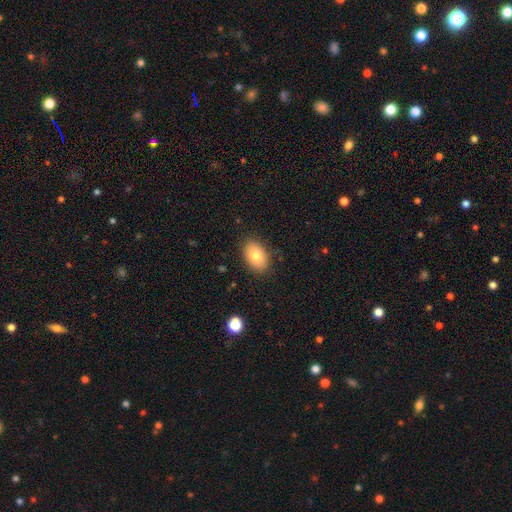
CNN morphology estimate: A smooth galaxy with no disk features (81%) that is in between round and cigar-shaped (89%).

Vote fractions:
- Smooth or featured? smooth: 81% / featured or disk: 11% / star or artifact: 8%
- How rounded? in between: 89% / round: 10% / cigar-shaped: 1%
- Merging? none: 86% / minor disturbance: 11% / major disturbance: 3% / merger: 1%